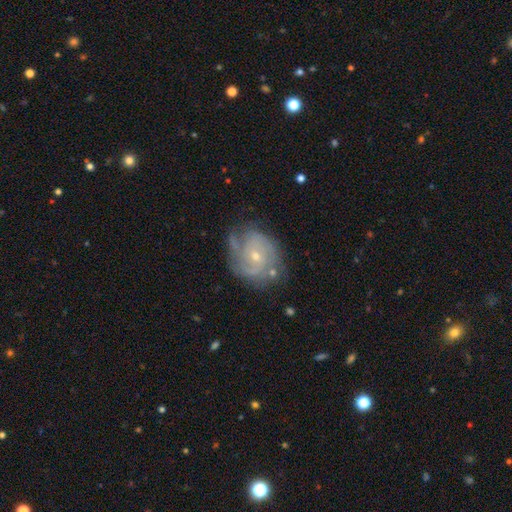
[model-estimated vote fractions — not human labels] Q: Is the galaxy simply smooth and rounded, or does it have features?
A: featured or disk — 81%.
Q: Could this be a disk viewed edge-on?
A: no — 98%.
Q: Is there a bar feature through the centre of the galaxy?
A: no — 73%.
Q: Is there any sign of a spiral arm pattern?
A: yes — 92%.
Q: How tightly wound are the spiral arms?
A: tight — 55%.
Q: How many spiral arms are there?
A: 2 — 31%.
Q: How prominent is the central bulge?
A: small — 67%.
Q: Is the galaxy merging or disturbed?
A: none — 64%.